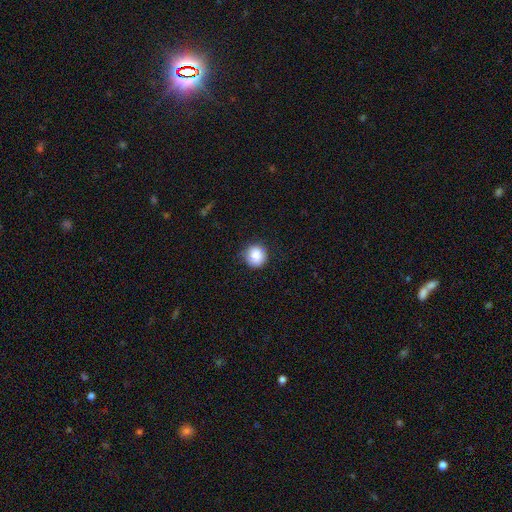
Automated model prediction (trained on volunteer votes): smooth_or_featured: smooth (p=0.86) [alt: star or artifact p=0.09]
how_rounded: round (p=0.91) [alt: in between p=0.08]
merging: none (p=0.81) [alt: minor disturbance p=0.15]